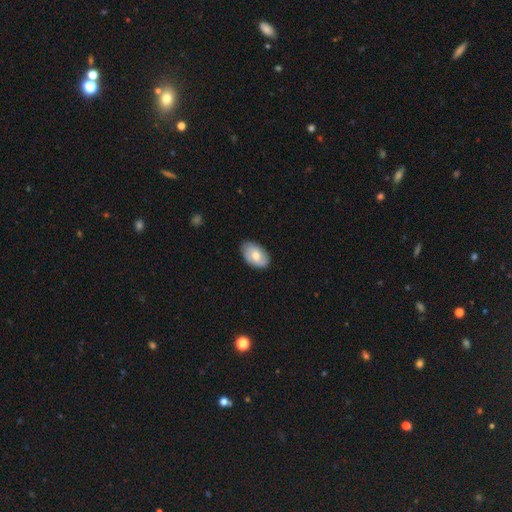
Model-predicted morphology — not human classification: Smooth or featured?
  - smooth: 63% *
  - featured or disk: 30%
  - star or artifact: 6%
How rounded?
  - in between: 91% *
  - round: 8%
  - cigar-shaped: 1%
Merging?
  - none: 82% *
  - minor disturbance: 15%
  - major disturbance: 3%
  - merger: 1%